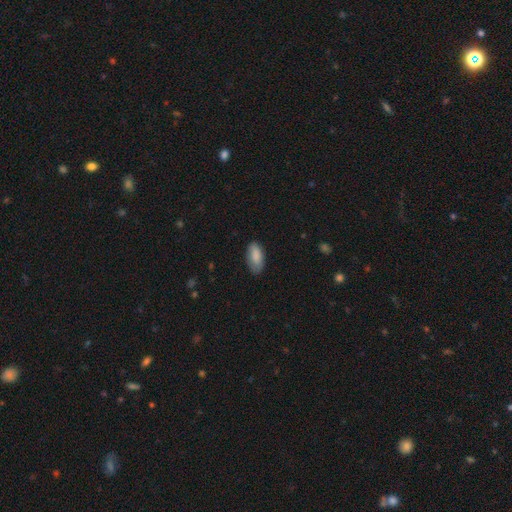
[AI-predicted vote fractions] A smooth galaxy with no disk features (86%) that is in between round and cigar-shaped (92%).

Vote fractions:
- Smooth or featured? smooth: 86% / featured or disk: 7% / star or artifact: 6%
- How rounded? in between: 92% / cigar-shaped: 6% / round: 2%
- Merging? none: 78% / minor disturbance: 18% / major disturbance: 3% / merger: 1%